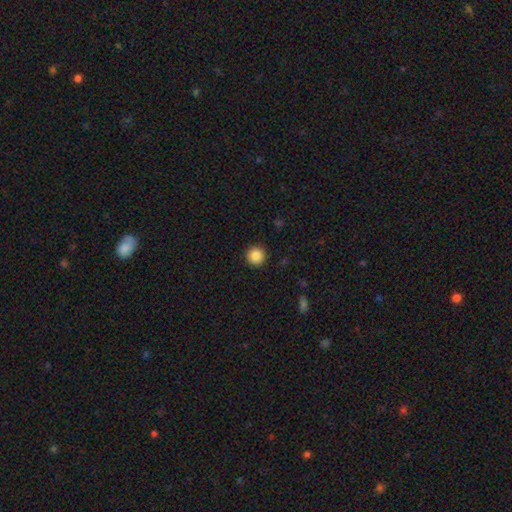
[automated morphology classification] Q: Smooth or featured?
A: smooth (86%); runner-up: star or artifact (10%)
Q: How rounded?
A: round (95%); runner-up: in between (4%)
Q: Merging?
A: none (92%); runner-up: minor disturbance (5%)